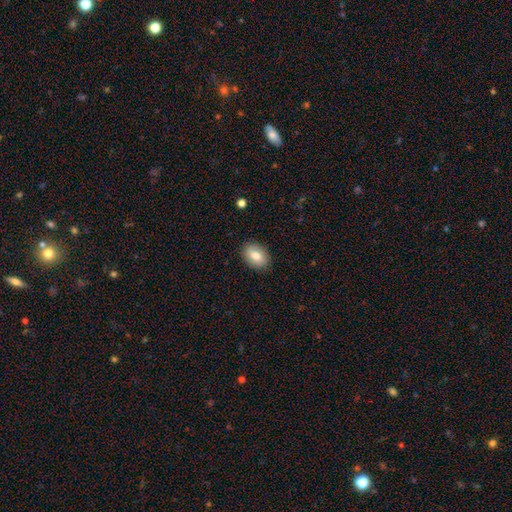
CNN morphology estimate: This appears to be a smooth galaxy with no disk features (79%) that is in between round and cigar-shaped (79%). Merging: none (88%).